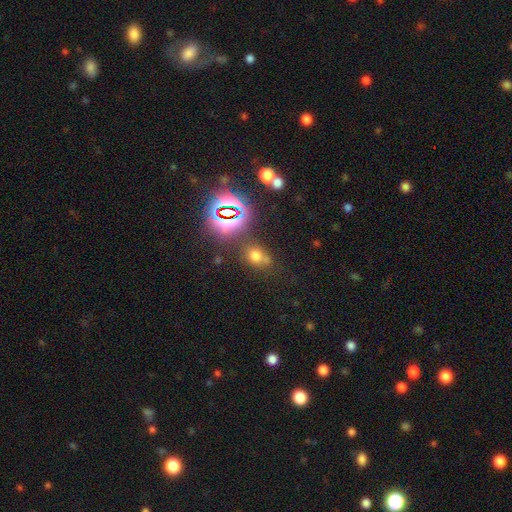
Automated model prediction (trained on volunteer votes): Smooth or featured? Predicted: smooth (p=0.59). How rounded? Predicted: round (p=0.54). Merging? Predicted: none (p=0.57).